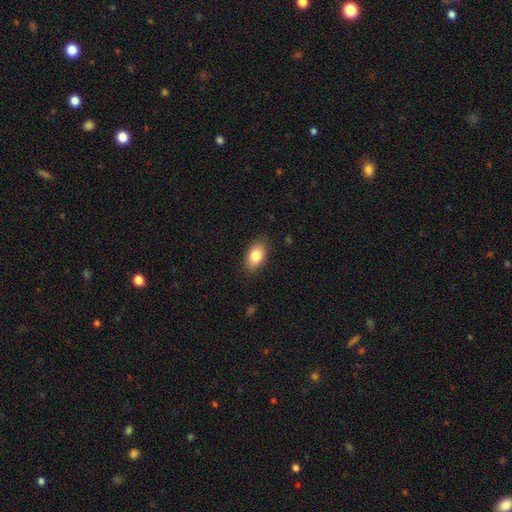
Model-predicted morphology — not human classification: This is clearly a smooth galaxy (85%). How rounded: clearly in between (91%). Merging: clearly none (85%).